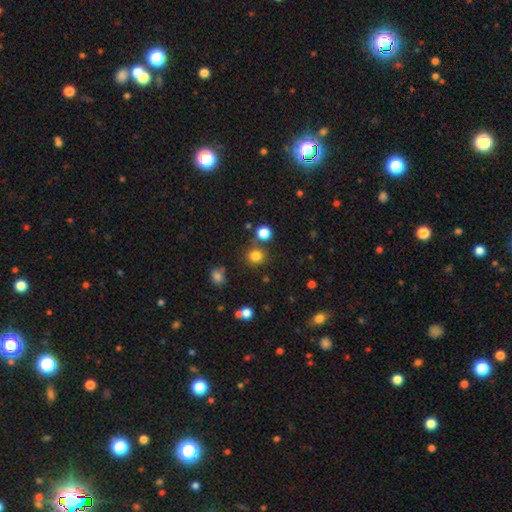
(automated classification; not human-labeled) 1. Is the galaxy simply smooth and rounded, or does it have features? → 79% smooth, 16% star or artifact, 5% featured or disk.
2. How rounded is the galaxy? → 89% round, 10% in between, 1% cigar-shaped.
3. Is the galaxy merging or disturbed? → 78% none, 10% merger, 8% minor disturbance, 3% major disturbance.